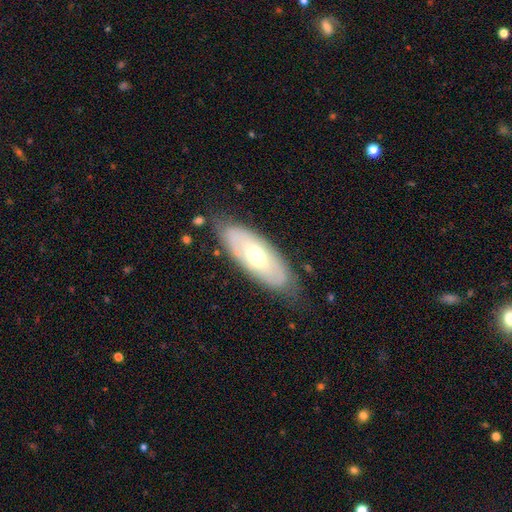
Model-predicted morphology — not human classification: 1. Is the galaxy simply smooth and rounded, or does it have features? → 52% featured or disk, 42% smooth, 6% star or artifact.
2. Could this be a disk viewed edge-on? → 78% no, 22% yes.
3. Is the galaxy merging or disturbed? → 75% none, 18% minor disturbance, 5% major disturbance, 2% merger.